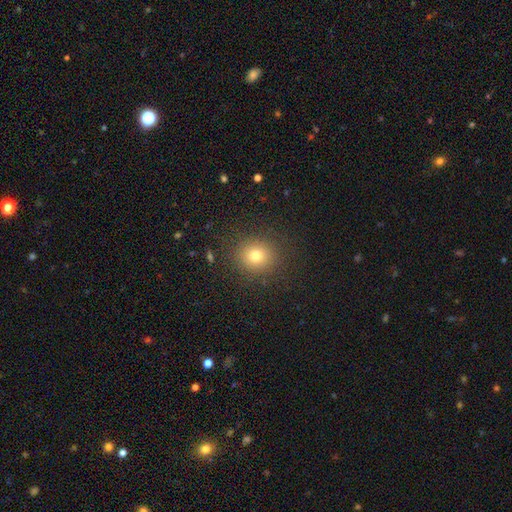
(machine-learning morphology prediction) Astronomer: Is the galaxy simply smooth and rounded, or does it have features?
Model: smooth — 78%.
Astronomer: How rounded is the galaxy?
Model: round — 82%.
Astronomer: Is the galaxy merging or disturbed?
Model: none — 88%.